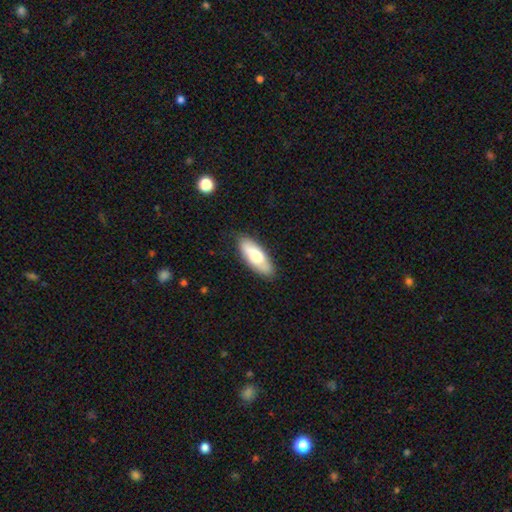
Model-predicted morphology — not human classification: A smooth galaxy with no disk features (73%) that is in between round and cigar-shaped (72%).

Vote fractions:
- Smooth or featured? smooth: 73% / featured or disk: 21% / star or artifact: 5%
- How rounded? in between: 72% / cigar-shaped: 26% / round: 2%
- Merging? none: 82% / minor disturbance: 14% / major disturbance: 3% / merger: 1%